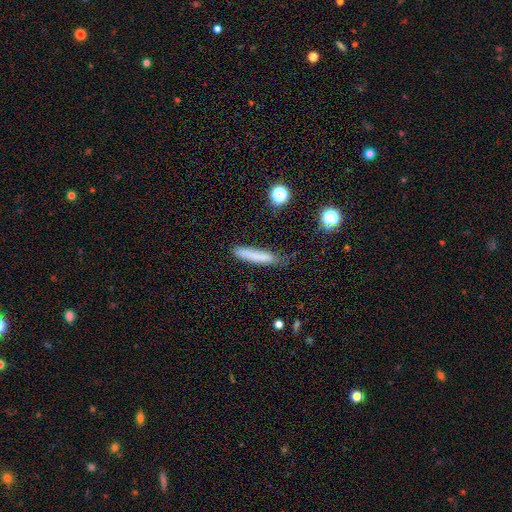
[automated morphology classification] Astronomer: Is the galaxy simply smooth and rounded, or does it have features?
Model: smooth — 77%.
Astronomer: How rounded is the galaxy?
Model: cigar-shaped — 90%.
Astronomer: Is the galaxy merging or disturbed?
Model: none — 67%.